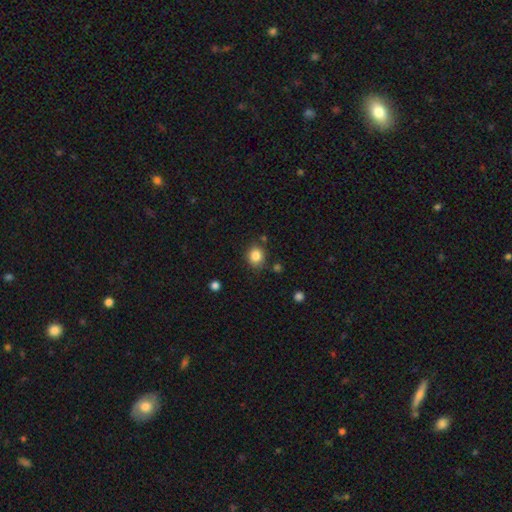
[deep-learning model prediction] The model was most divided on "how rounded": round: 72%, in between: 27%, cigar-shaped: 1%. More confident: smooth or featured — smooth (85%); merging — none (81%).